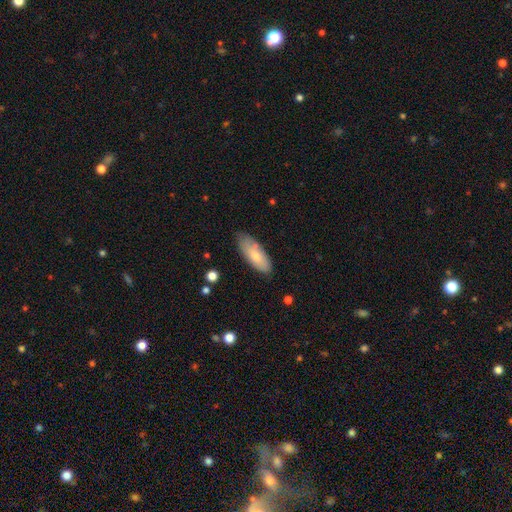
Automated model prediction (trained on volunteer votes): This is likely a smooth galaxy (74%). How rounded: likely in between (79%). Merging: likely none (71%).